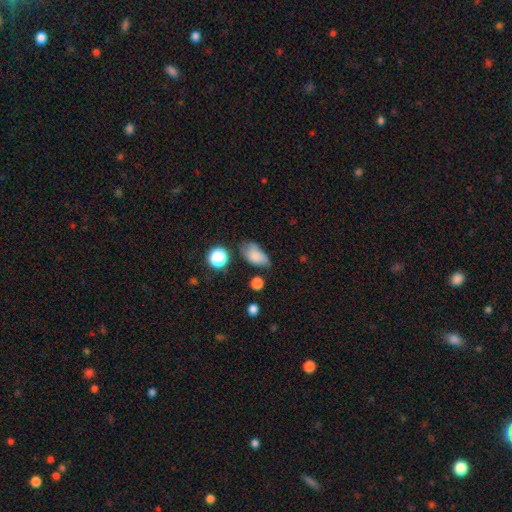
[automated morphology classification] A smooth galaxy with no disk features (78%) that is in between round and cigar-shaped (88%). Merging: none (53%).